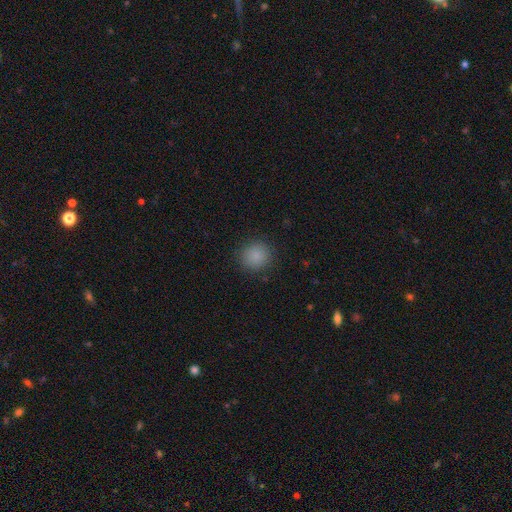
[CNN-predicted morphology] This is clearly a smooth galaxy (87%). How rounded: clearly round (89%). Merging: clearly none (89%).